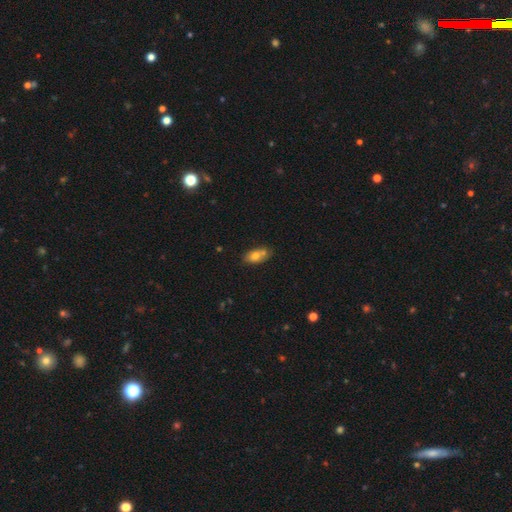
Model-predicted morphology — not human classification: Smooth or featured? Predicted: smooth (p=0.70). How rounded? Predicted: in between (p=0.86). Merging? Predicted: none (p=0.55).